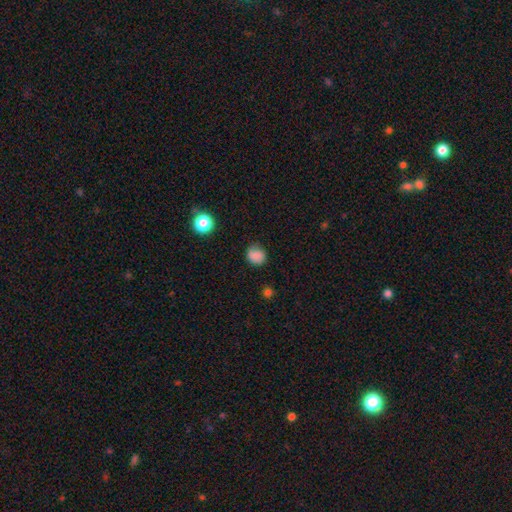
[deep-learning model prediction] smooth-or-featured: smooth: 81% | star or artifact: 11% | featured or disk: 8%
  how-rounded: round: 79% | in between: 20% | cigar-shaped: 1%
  merging: none: 68% | minor disturbance: 23% | major disturbance: 7% | merger: 2%